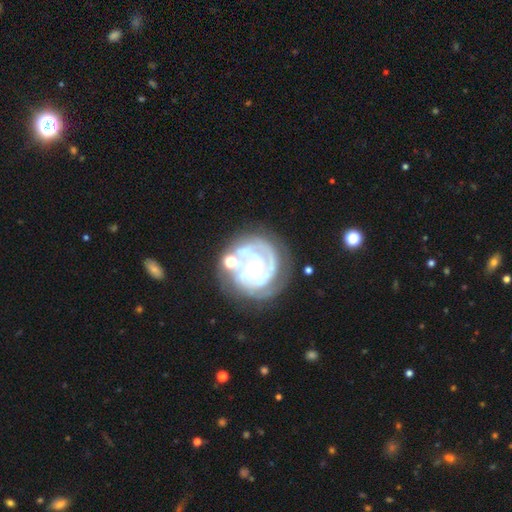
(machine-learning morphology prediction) Smooth or featured? featured or disk (87%)
Edge-on disk? no (98%)
Bar? no (71%)
Spiral arms? yes (94%)
Spiral winding? tight (76%)
Spiral arm count? 2 (33%)
Bulge size? small (51%)
Merging? none (61%)